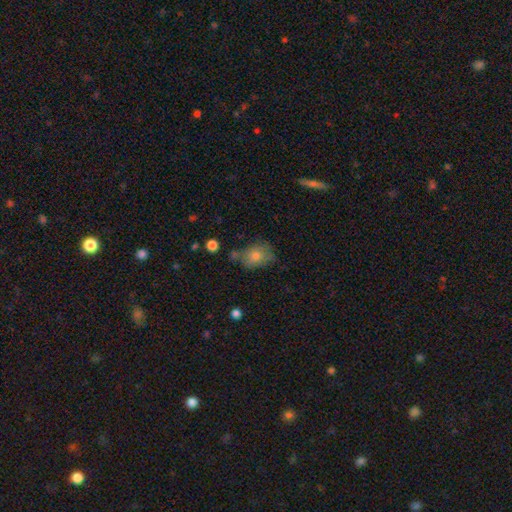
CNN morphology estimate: smooth_or_featured: smooth (p=0.72) [alt: featured or disk p=0.18]
how_rounded: in between (p=0.60) [alt: round p=0.38]
merging: none (p=0.57) [alt: minor disturbance p=0.26]